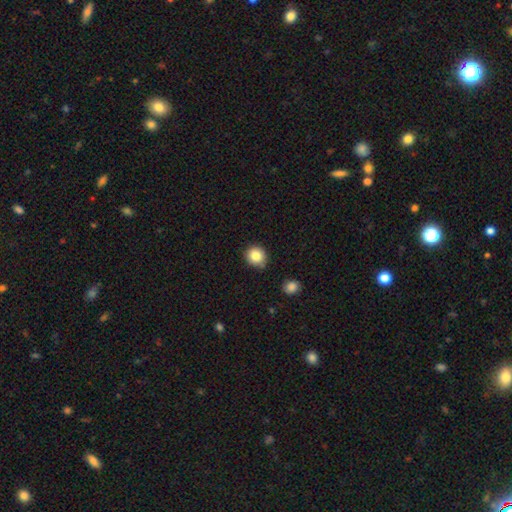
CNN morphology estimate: A smooth galaxy with no disk features (84%) that is round (88%).

Vote fractions:
- Smooth or featured? smooth: 84% / star or artifact: 10% / featured or disk: 6%
- How rounded? round: 88% / in between: 11% / cigar-shaped: 1%
- Merging? none: 82% / minor disturbance: 13% / merger: 3% / major disturbance: 2%